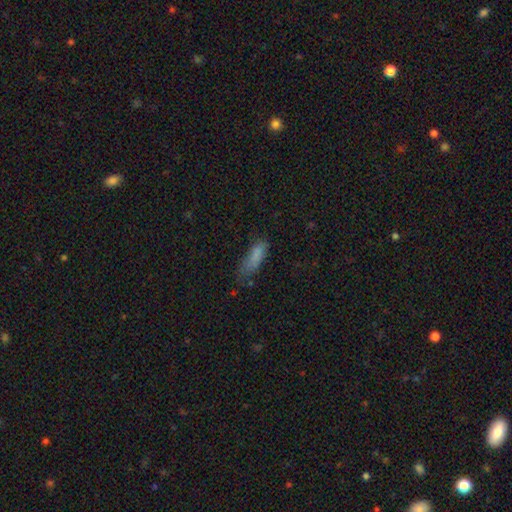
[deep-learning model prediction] Smooth or featured? Predicted: smooth (p=0.80). How rounded? Predicted: in between (p=0.50). Merging? Predicted: none (p=0.46).